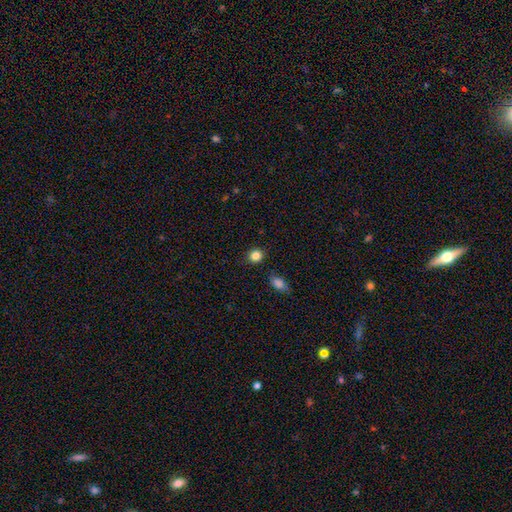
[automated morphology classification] Q: Smooth or featured?
A: smooth (85%); runner-up: star or artifact (11%)
Q: How rounded?
A: round (84%); runner-up: in between (15%)
Q: Merging?
A: none (86%); runner-up: minor disturbance (9%)